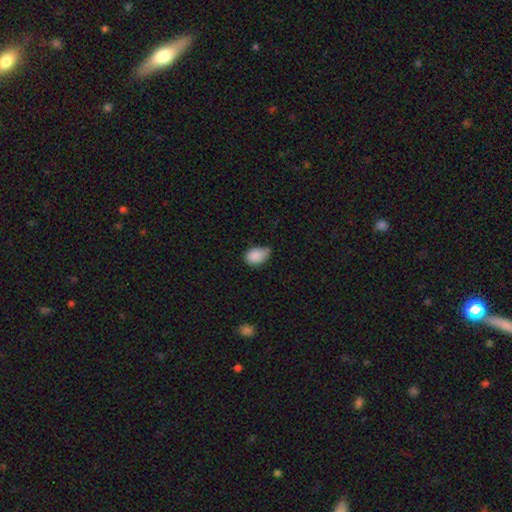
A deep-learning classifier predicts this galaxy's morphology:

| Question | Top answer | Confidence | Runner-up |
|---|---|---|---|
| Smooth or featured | smooth | 87% | star or artifact (8%) |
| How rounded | in between | 83% | round (16%) |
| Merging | minor disturbance | 49% | none (39%) |